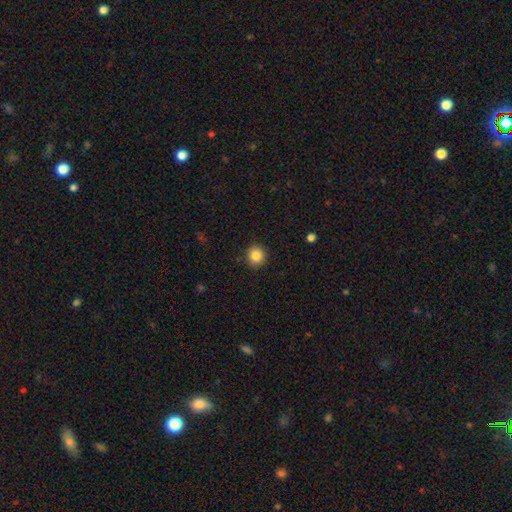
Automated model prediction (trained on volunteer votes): smooth 86%, star or artifact 10%, featured or disk 5%. Down the decision tree: how rounded — round (91%); merging — none (91%).